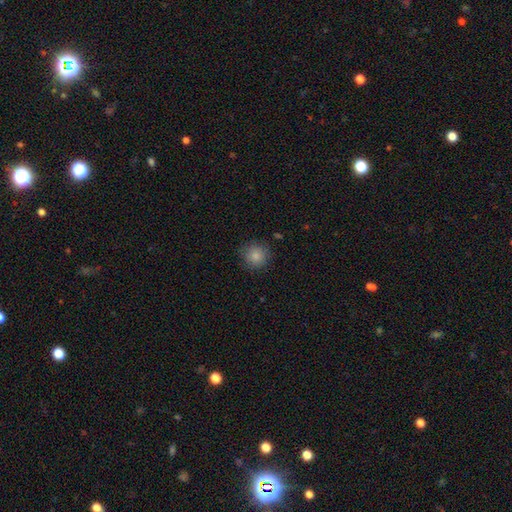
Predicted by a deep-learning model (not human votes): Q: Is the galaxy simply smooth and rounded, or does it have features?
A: smooth — 86%.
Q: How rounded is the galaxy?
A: round — 93%.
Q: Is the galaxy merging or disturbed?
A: none — 86%.